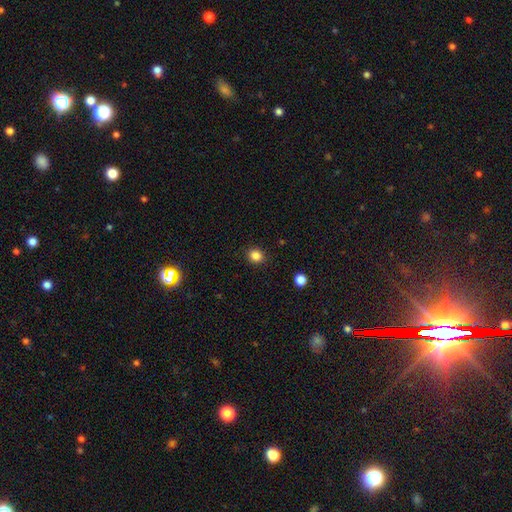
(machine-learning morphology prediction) smooth_or_featured: smooth (p=0.85) [alt: star or artifact p=0.11]
how_rounded: round (p=0.77) [alt: in between p=0.22]
merging: none (p=0.89) [alt: minor disturbance p=0.07]